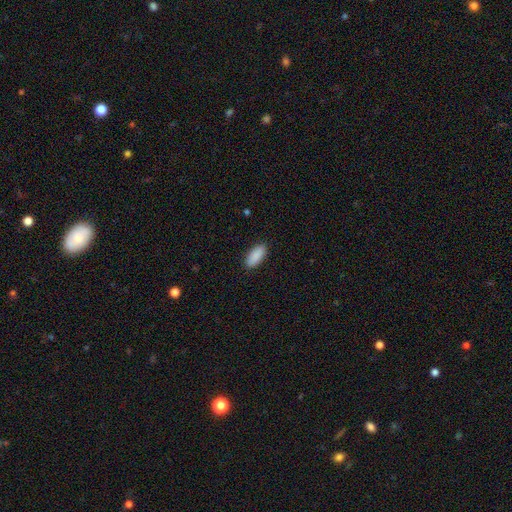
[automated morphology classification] smooth 90%, star or artifact 6%, featured or disk 4%. Down the decision tree: how rounded — in between (83%); merging — none (90%).